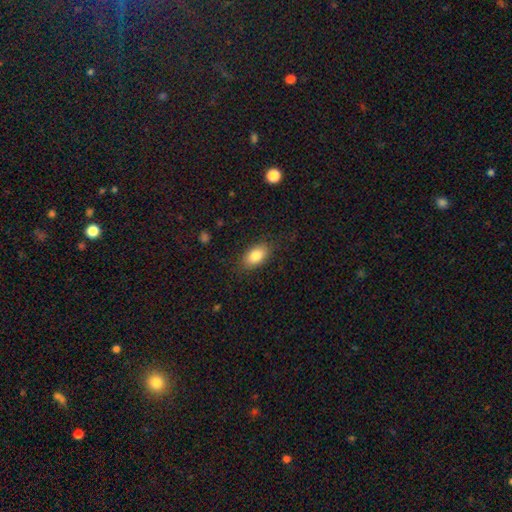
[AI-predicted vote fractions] A smooth galaxy with no disk features (83%) that is in between round and cigar-shaped (91%). Merging: none (84%).